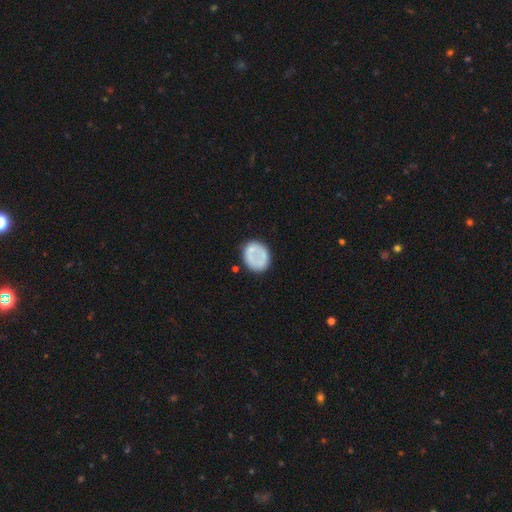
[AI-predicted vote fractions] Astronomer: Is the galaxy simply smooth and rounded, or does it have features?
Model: smooth — 67%.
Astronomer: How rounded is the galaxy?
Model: round — 73%.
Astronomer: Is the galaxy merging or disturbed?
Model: none — 72%.